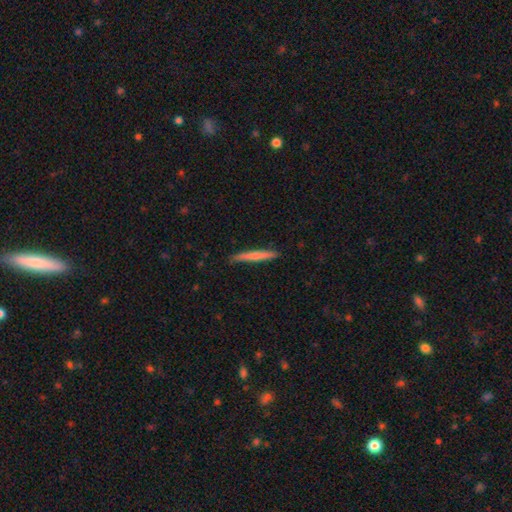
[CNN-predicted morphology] Smooth or featured: smooth — 69% (featured or disk — 26%)
How rounded: cigar-shaped — 96% (in between — 3%)
Merging: none — 87% (minor disturbance — 11%)